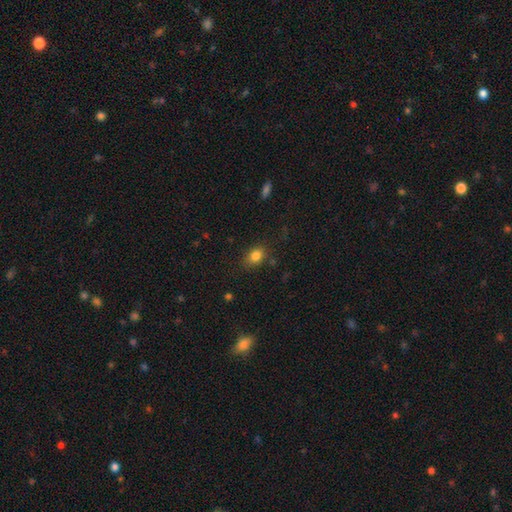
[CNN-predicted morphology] smooth_or_featured: smooth (p=0.82) [alt: star or artifact p=0.11]
how_rounded: in between (p=0.62) [alt: round p=0.36]
merging: none (p=0.77) [alt: minor disturbance p=0.16]